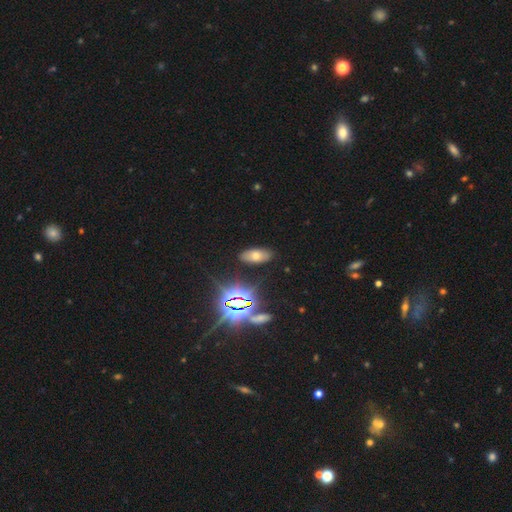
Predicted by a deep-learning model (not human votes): Smooth or featured?
  - smooth: 48% *
  - star or artifact: 36%
  - featured or disk: 16%
Merging?
  - none: 87% *
  - minor disturbance: 9%
  - major disturbance: 3%
  - merger: 2%